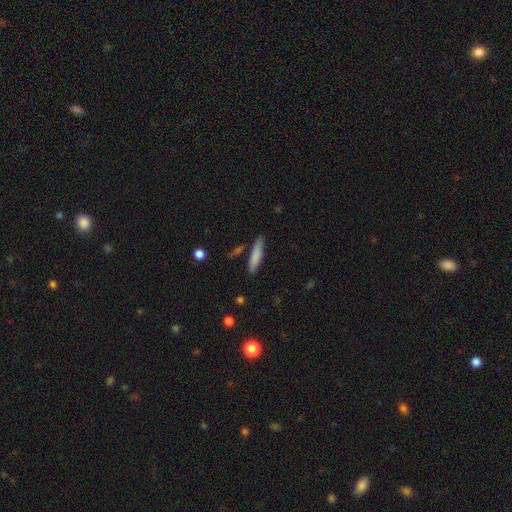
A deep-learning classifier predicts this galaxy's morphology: type=smooth (80%); roundness=cigar-shaped (87%); merging=none (83%).